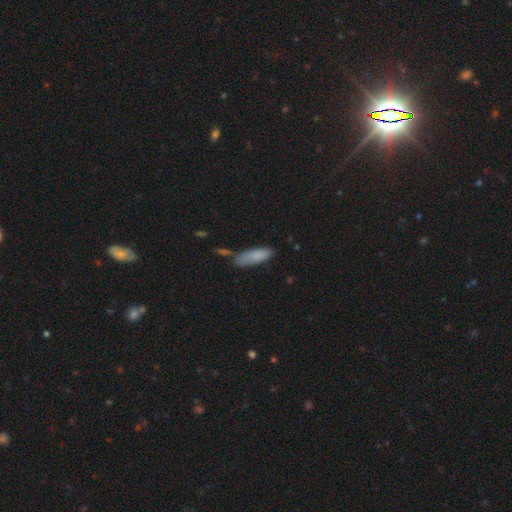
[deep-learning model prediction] smooth-or-featured: smooth: 84% | featured or disk: 9% | star or artifact: 7%
  how-rounded: in between: 53% | cigar-shaped: 45% | round: 2%
  merging: none: 60% | minor disturbance: 24% | merger: 10% | major disturbance: 6%